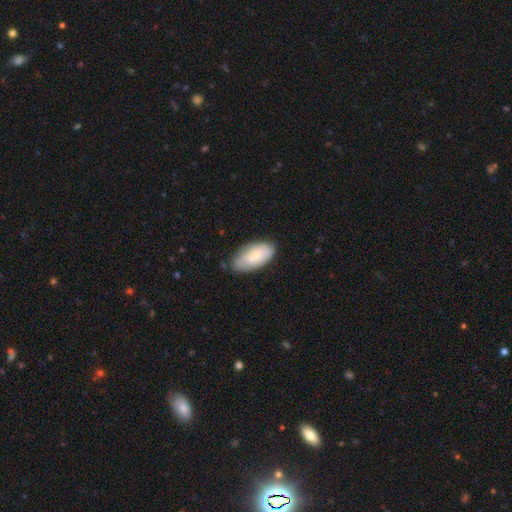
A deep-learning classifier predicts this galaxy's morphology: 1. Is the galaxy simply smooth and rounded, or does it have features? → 61% smooth, 33% featured or disk, 6% star or artifact.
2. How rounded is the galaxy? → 94% in between, 3% cigar-shaped, 3% round.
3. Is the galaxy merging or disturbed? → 69% none, 24% minor disturbance, 5% major disturbance, 2% merger.